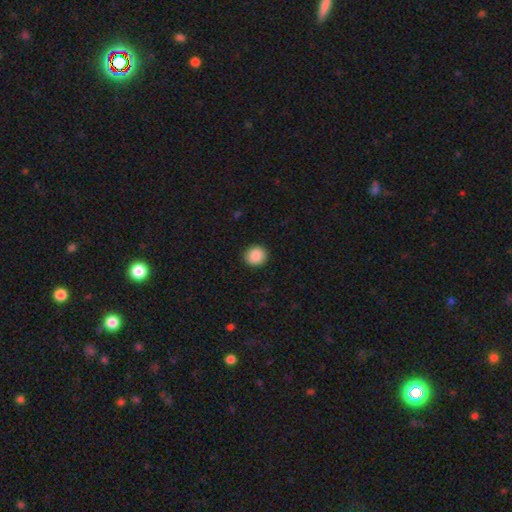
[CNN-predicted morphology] A smooth galaxy with no disk features (89%) that is round (84%). Merging: none (91%).